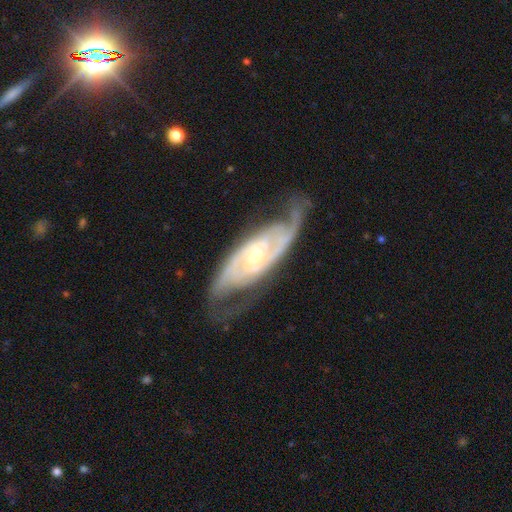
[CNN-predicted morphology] A featured or disk galaxy (89%) with no bar (49%), 2 (71%) tight (49%) spiral arms (96%) and a small central bulge (52%).

Vote fractions:
- Smooth or featured? featured or disk: 89% / smooth: 6% / star or artifact: 5%
- Edge-on disk? no: 91% / yes: 9%
- Bar? no: 49% / weak: 37% / strong: 14%
- Spiral arms? yes: 96% / no: 4%
- Spiral winding? tight: 49% / medium: 41% / loose: 10%
- Spiral arm count? 2: 71% / can't tell: 13% / 3: 8% / 4: 3% / 1: 3% / more than 4: 2%
- Bulge size? small: 52% / moderate: 44% / large: 2% / none: 1% / dominant: 1%
- Merging? none: 69% / minor disturbance: 19% / major disturbance: 10% / merger: 2%